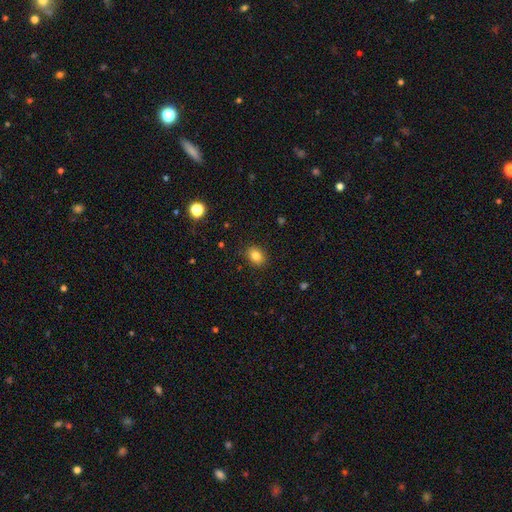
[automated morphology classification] A smooth galaxy with no disk features (83%) that is in between round and cigar-shaped (61%). Merging: none (88%).